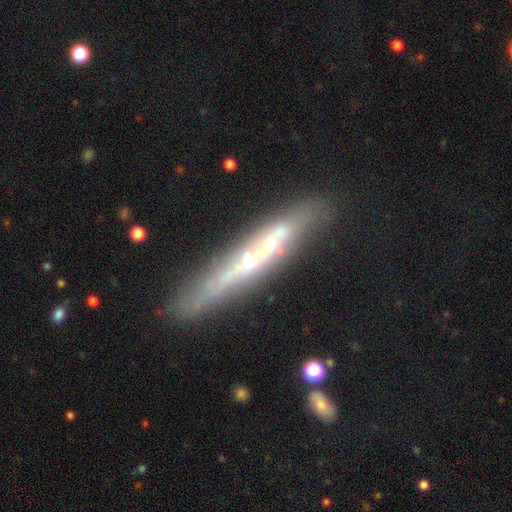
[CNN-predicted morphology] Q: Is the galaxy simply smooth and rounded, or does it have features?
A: featured or disk — 65%.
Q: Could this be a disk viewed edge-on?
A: yes — 84%.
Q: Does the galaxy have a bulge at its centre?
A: none — 70%.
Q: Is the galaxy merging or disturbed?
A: none — 77%.